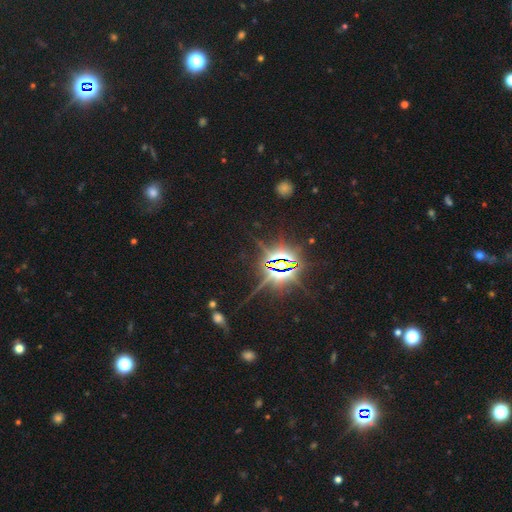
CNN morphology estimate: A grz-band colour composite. It shows a star or artifact, not a galaxy (83%).